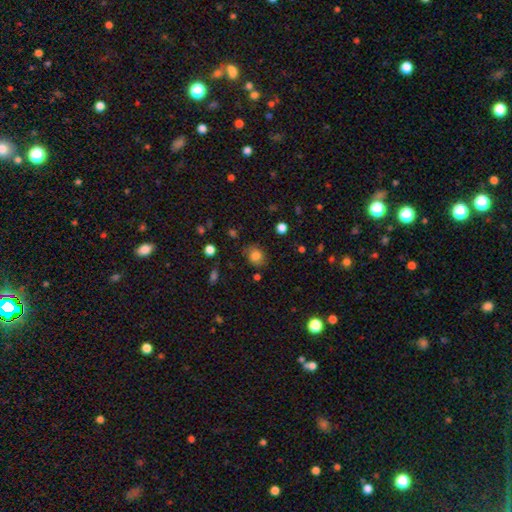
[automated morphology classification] Smooth or featured? smooth (81%)
How rounded? round (63%)
Merging? none (75%)